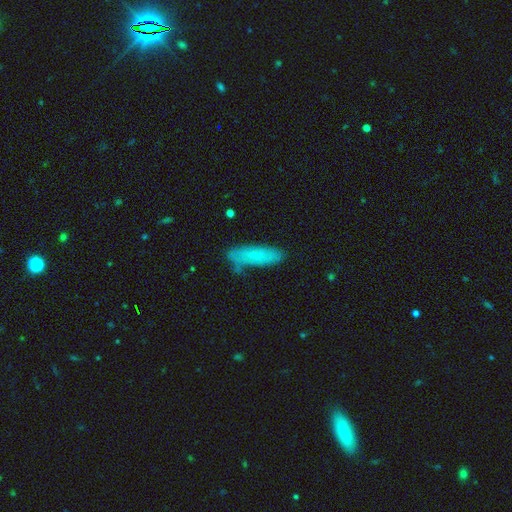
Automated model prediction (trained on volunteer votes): A smooth galaxy with no disk features (71%) that is cigar-shaped (50%). Merging: none (67%).